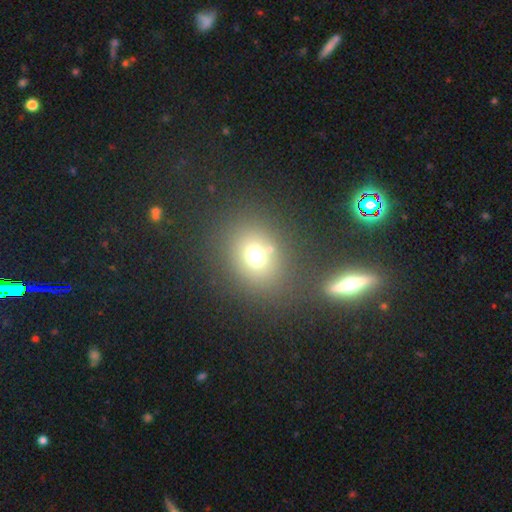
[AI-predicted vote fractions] Smooth or featured? smooth (70%)
How rounded? round (66%)
Merging? none (70%)